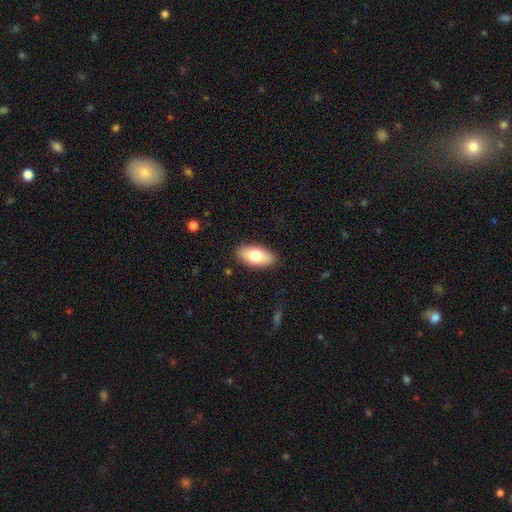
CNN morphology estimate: This appears to be a smooth galaxy with no disk features (77%) that is in between round and cigar-shaped (91%). Merging: none (87%).